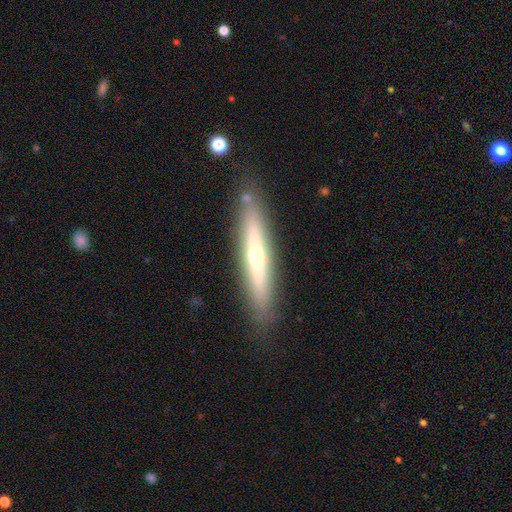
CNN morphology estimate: Smooth or featured? Predicted: featured or disk (p=0.56). Edge-on disk? Predicted: yes (p=0.89). Merging? Predicted: none (p=0.85).